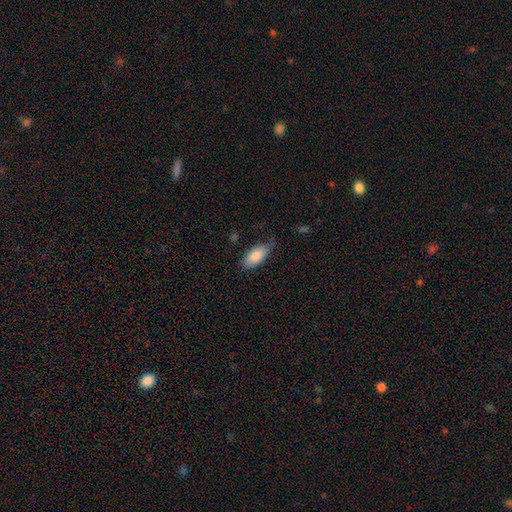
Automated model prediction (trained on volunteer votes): This is clearly a smooth galaxy (84%). How rounded: clearly in between (89%). Merging: likely none (67%).